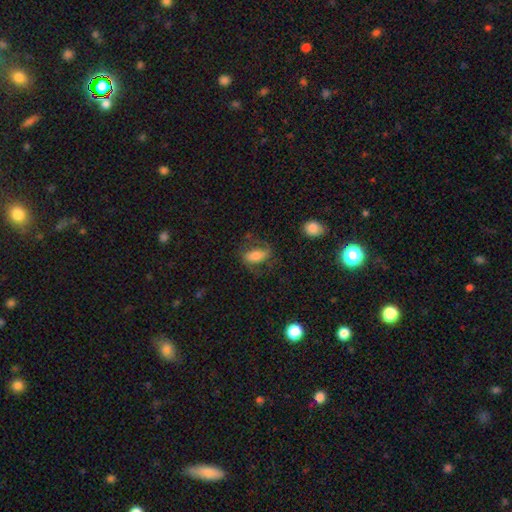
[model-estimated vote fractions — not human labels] A smooth galaxy with no disk features (51%) that is in between round and cigar-shaped (83%). Merging: none (61%).